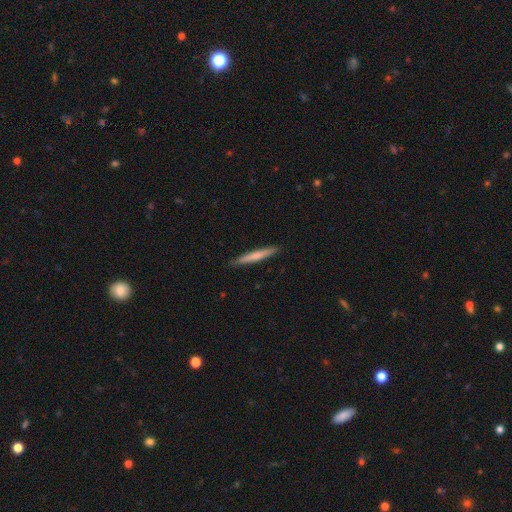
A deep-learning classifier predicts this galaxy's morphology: Smooth or featured: smooth — 65% (featured or disk — 29%)
How rounded: cigar-shaped — 96% (in between — 3%)
Merging: none — 90% (minor disturbance — 8%)